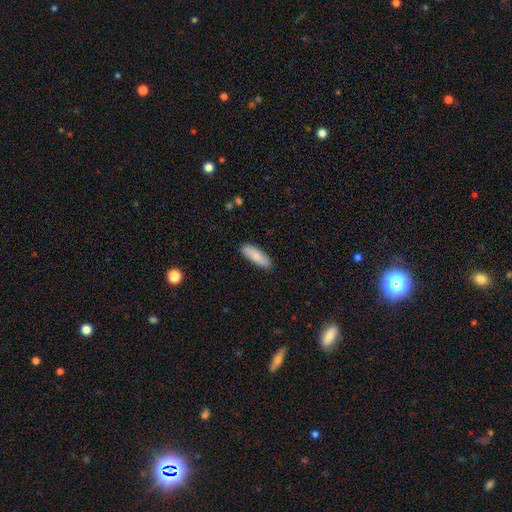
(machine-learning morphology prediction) Smooth or featured: smooth — 81% (featured or disk — 13%)
How rounded: in between — 53% (cigar-shaped — 45%)
Merging: none — 87% (minor disturbance — 10%)